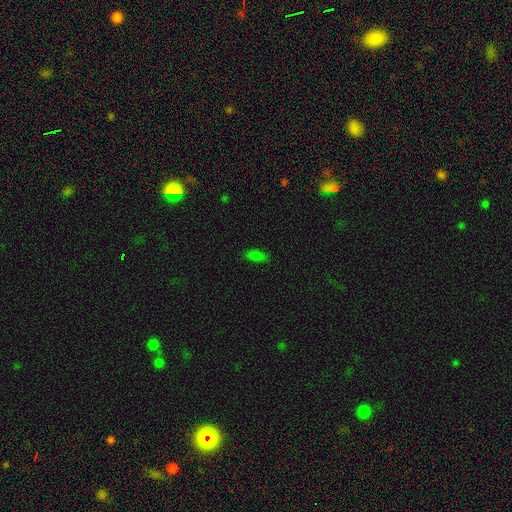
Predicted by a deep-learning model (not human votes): smooth-or-featured: smooth: 80% | star or artifact: 13% | featured or disk: 6%
  how-rounded: in between: 75% | cigar-shaped: 21% | round: 3%
  merging: none: 84% | minor disturbance: 12% | major disturbance: 3% | merger: 1%